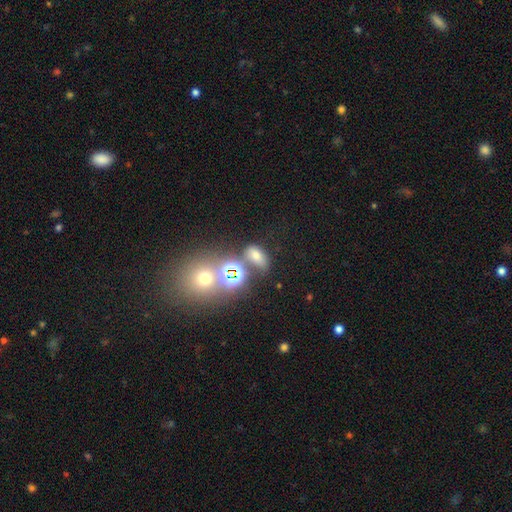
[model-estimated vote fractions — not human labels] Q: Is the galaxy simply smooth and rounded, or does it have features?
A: smooth — 57%.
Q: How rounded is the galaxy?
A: in between — 76%.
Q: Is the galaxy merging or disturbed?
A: none — 59%.